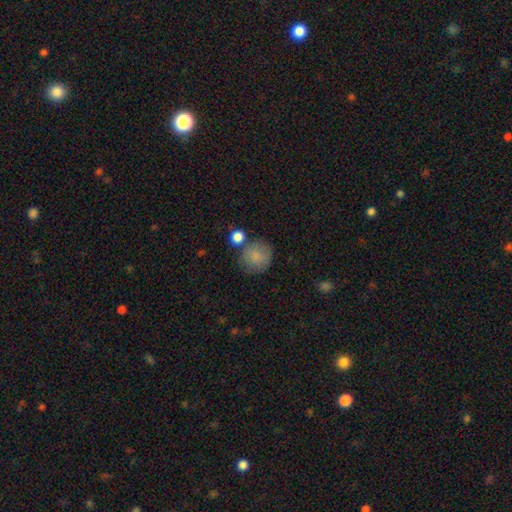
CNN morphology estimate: Smooth or featured: smooth — 83% (featured or disk — 8%)
How rounded: round — 88% (in between — 11%)
Merging: none — 67% (minor disturbance — 16%)